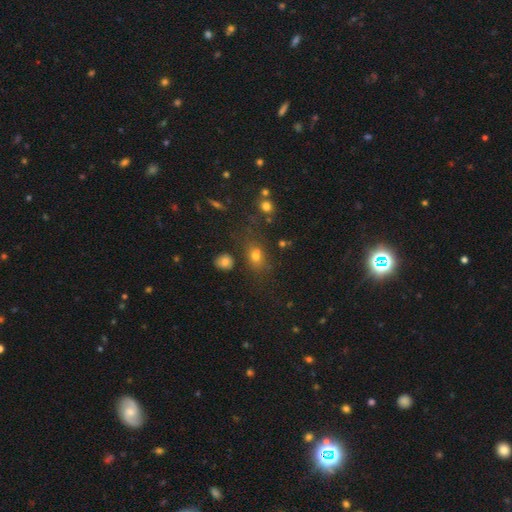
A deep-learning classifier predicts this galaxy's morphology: Smooth or featured?
  - smooth: 66% *
  - star or artifact: 22%
  - featured or disk: 12%
How rounded?
  - in between: 49% *
  - round: 48%
  - cigar-shaped: 3%
Merging?
  - none: 57% *
  - merger: 18%
  - minor disturbance: 16%
  - major disturbance: 9%